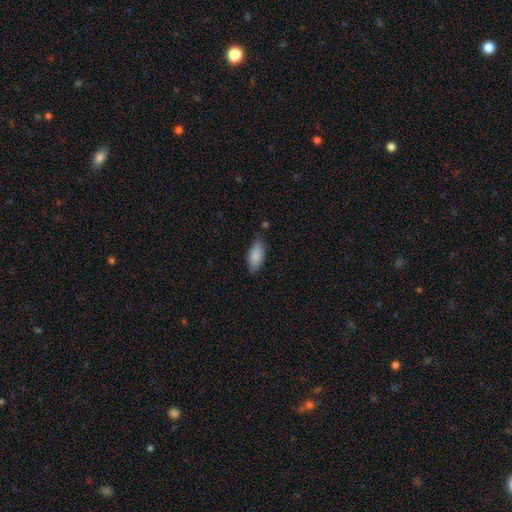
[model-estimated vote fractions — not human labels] Smooth or featured? Predicted: smooth (p=0.86). How rounded? Predicted: in between (p=0.87). Merging? Predicted: none (p=0.79).